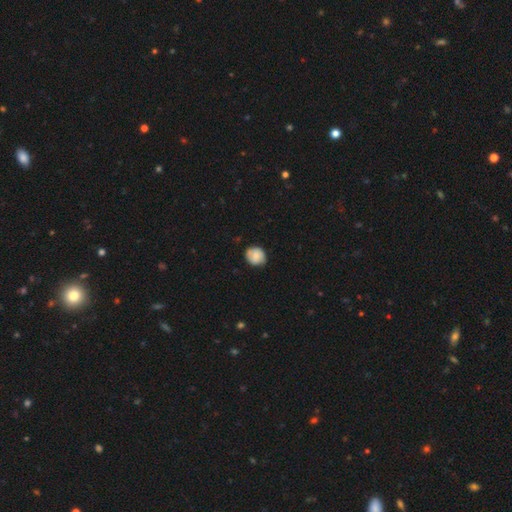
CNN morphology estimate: This is likely a smooth galaxy (67%). How rounded: likely round (80%). Merging: likely none (75%).